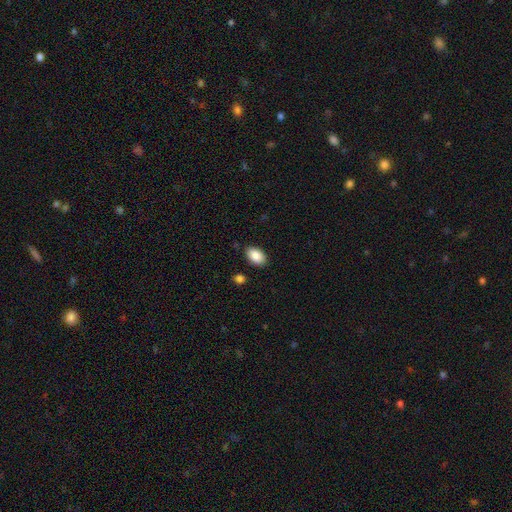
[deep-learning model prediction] A smooth galaxy with no disk features (88%) that is in between round and cigar-shaped (91%). Merging: none (86%).